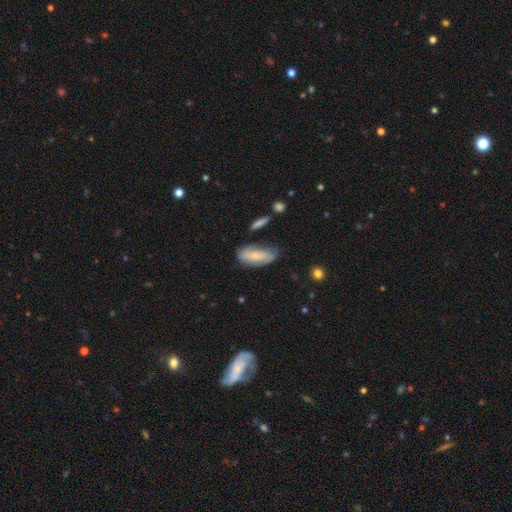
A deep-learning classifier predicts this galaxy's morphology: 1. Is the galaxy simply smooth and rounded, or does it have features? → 65% smooth, 28% featured or disk, 7% star or artifact.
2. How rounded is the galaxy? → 80% in between, 18% cigar-shaped, 2% round.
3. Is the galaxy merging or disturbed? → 58% none, 28% minor disturbance, 9% major disturbance, 5% merger.